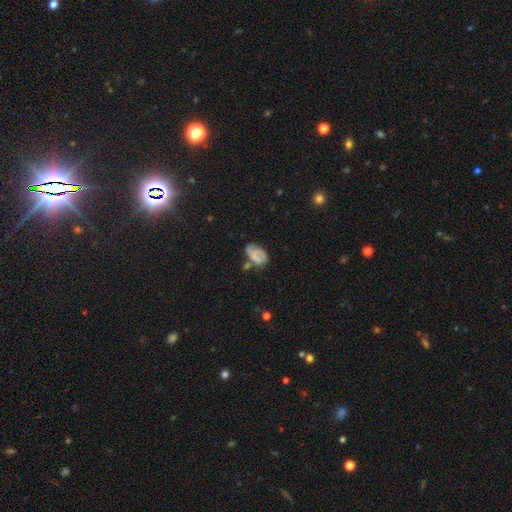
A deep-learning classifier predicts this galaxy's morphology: This appears to be a smooth galaxy with no disk features (48%). Merging: none (33%).